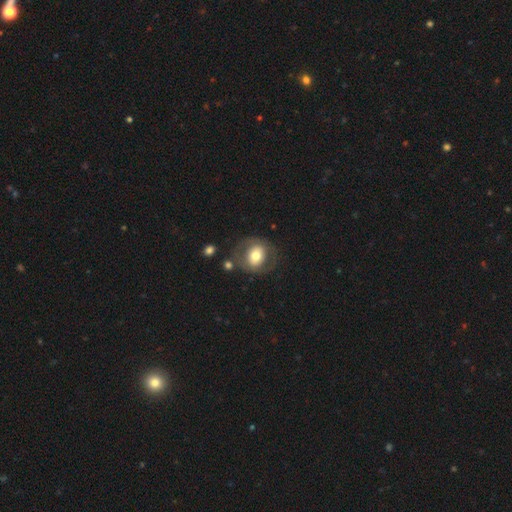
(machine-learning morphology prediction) smooth_or_featured: smooth (p=0.58) [alt: featured or disk p=0.34]
how_rounded: round (p=0.65) [alt: in between p=0.34]
merging: none (p=0.69) [alt: minor disturbance p=0.15]